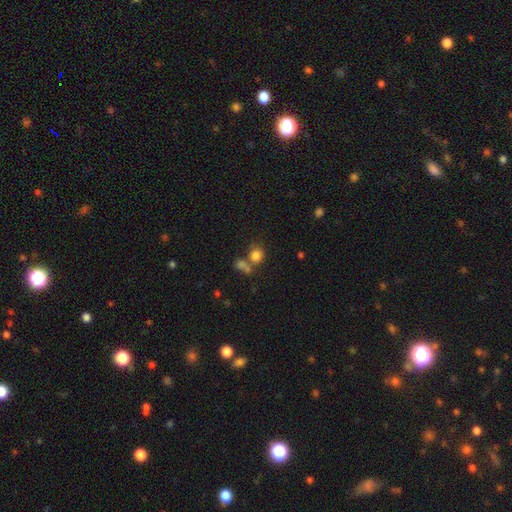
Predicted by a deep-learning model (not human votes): A smooth galaxy with no disk features (79%) that is round (80%).

Vote fractions:
- Smooth or featured? smooth: 79% / star or artifact: 13% / featured or disk: 8%
- How rounded? round: 80% / in between: 19% / cigar-shaped: 1%
- Merging? none: 52% / merger: 32% / minor disturbance: 10% / major disturbance: 6%